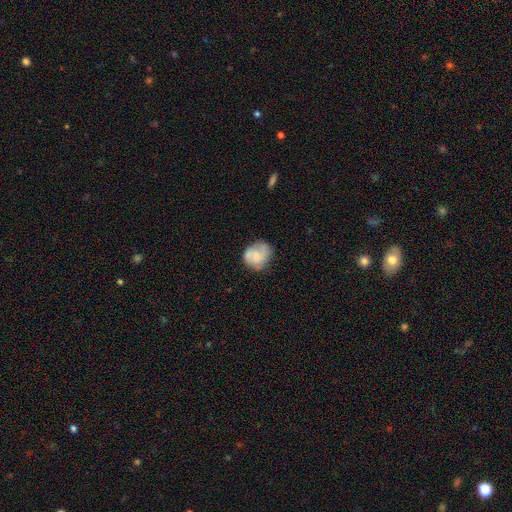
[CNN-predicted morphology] smooth 70%, featured or disk 22%, star or artifact 8%. Down the decision tree: how rounded — round (64%); merging — none (54%).